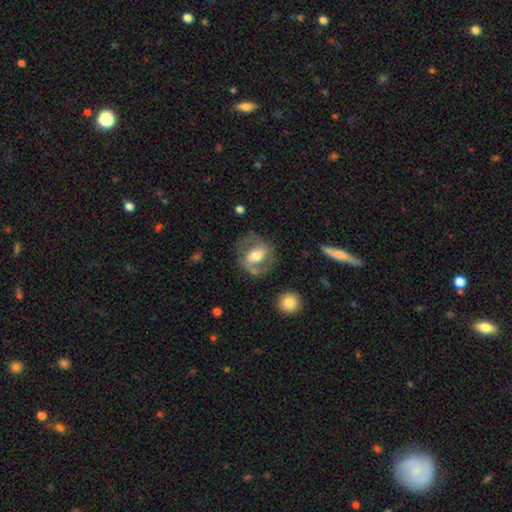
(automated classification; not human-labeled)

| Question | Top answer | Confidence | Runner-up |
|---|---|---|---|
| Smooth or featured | featured or disk | 75% | smooth (20%) |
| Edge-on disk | no | 96% | yes (4%) |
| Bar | strong | 40% | weak (37%) |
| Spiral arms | yes | 84% | no (16%) |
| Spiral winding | medium | 53% | tight (25%) |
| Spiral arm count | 2 | 85% | 1 (7%) |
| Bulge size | moderate | 68% | small (15%) |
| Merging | none | 74% | minor disturbance (15%) |